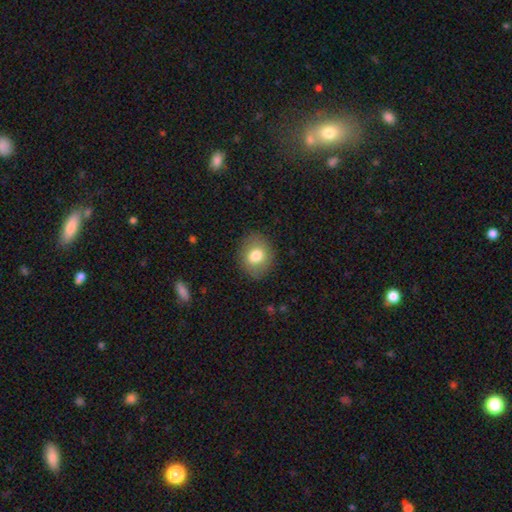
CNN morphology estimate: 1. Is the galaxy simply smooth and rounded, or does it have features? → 76% smooth, 15% featured or disk, 8% star or artifact.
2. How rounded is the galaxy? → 59% round, 40% in between, 1% cigar-shaped.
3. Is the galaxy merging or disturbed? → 85% none, 10% minor disturbance, 4% major disturbance, 1% merger.